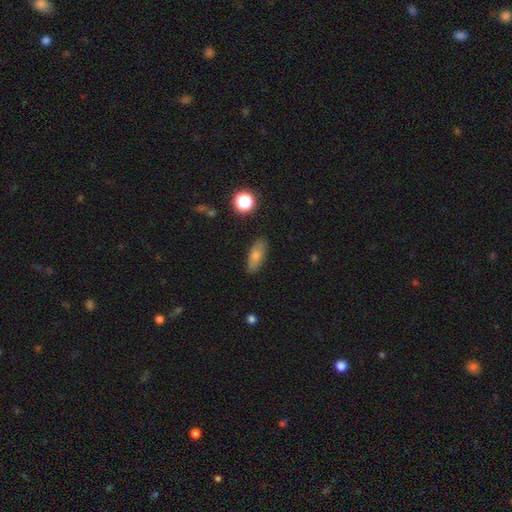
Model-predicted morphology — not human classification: Q: Smooth or featured?
A: smooth (76%); runner-up: featured or disk (15%)
Q: How rounded?
A: in between (72%); runner-up: cigar-shaped (24%)
Q: Merging?
A: none (85%); runner-up: minor disturbance (11%)